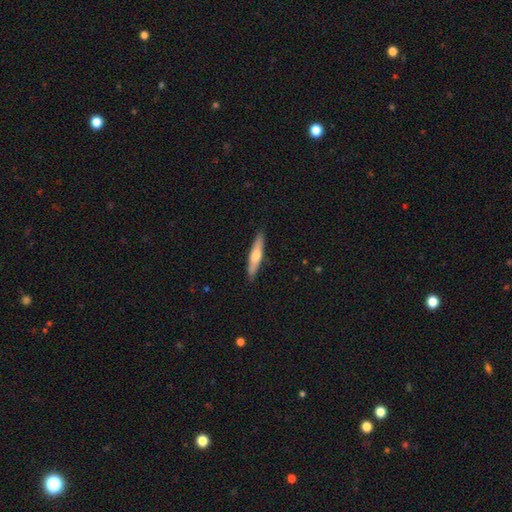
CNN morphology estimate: Q: Smooth or featured?
A: smooth (53%); runner-up: featured or disk (42%)
Q: How rounded?
A: cigar-shaped (86%); runner-up: in between (12%)
Q: Merging?
A: none (89%); runner-up: minor disturbance (8%)